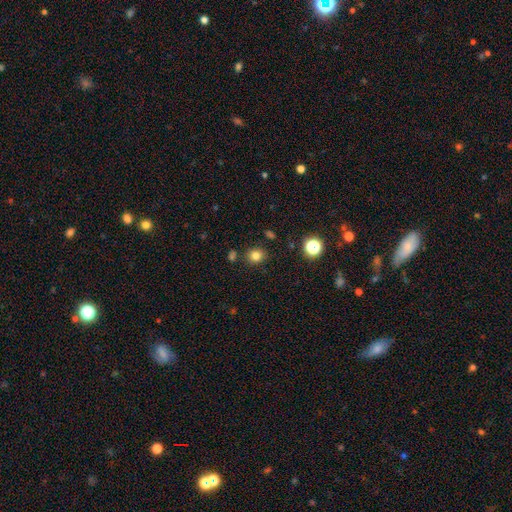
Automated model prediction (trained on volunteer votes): A smooth galaxy with no disk features (80%) that is round (79%).

Vote fractions:
- Smooth or featured? smooth: 80% / star or artifact: 14% / featured or disk: 6%
- How rounded? round: 79% / in between: 20% / cigar-shaped: 1%
- Merging? none: 86% / minor disturbance: 8% / merger: 4% / major disturbance: 3%